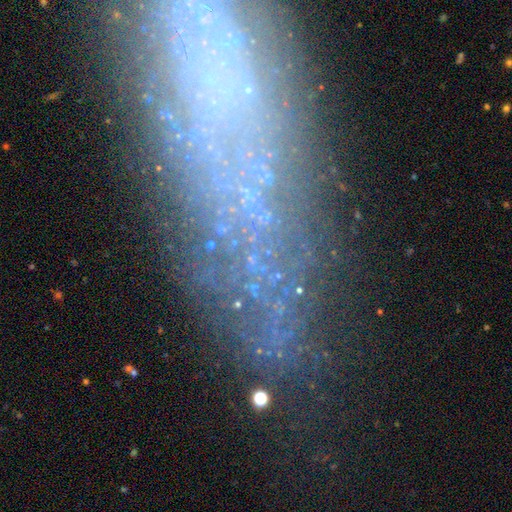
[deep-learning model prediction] A featured or disk galaxy (40%).

Vote fractions:
- Smooth or featured? featured or disk: 40% / star or artifact: 39% / smooth: 21%
- Merging? none: 73% / minor disturbance: 15% / major disturbance: 8% / merger: 4%